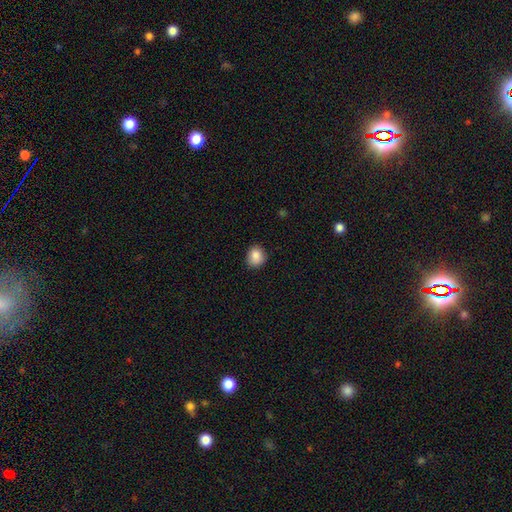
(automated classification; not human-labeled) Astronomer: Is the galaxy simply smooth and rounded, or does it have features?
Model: smooth — 86%.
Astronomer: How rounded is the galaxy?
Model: round — 78%.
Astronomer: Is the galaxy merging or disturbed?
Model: none — 86%.